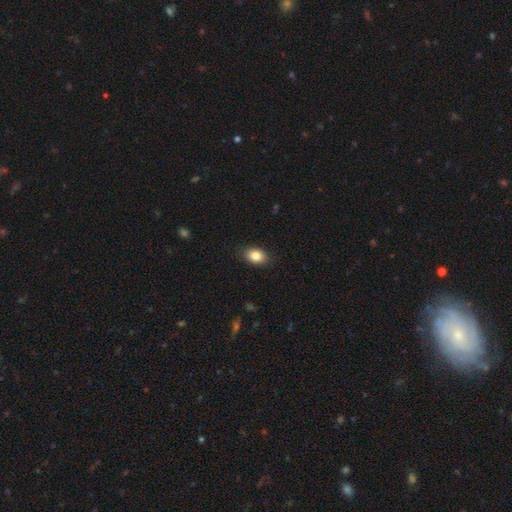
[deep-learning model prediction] smooth_or_featured: smooth (p=0.85) [alt: star or artifact p=0.08]
how_rounded: in between (p=0.81) [alt: round p=0.17]
merging: none (p=0.87) [alt: minor disturbance p=0.10]